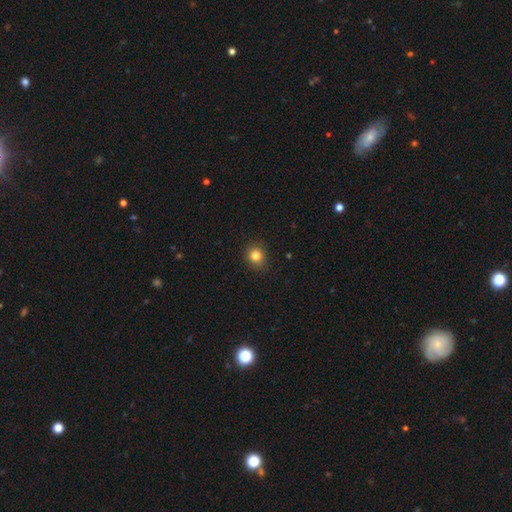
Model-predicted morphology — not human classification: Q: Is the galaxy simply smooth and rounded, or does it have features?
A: smooth — 82%.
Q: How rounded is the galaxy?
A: round — 79%.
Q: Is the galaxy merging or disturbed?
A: none — 89%.